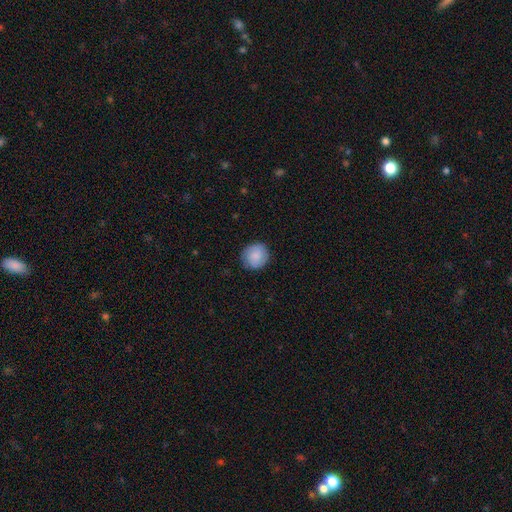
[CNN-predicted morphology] A smooth galaxy with no disk features (85%) that is round (91%).

Vote fractions:
- Smooth or featured? smooth: 85% / featured or disk: 8% / star or artifact: 7%
- How rounded? round: 91% / in between: 8% / cigar-shaped: 1%
- Merging? none: 86% / minor disturbance: 10% / major disturbance: 2% / merger: 1%